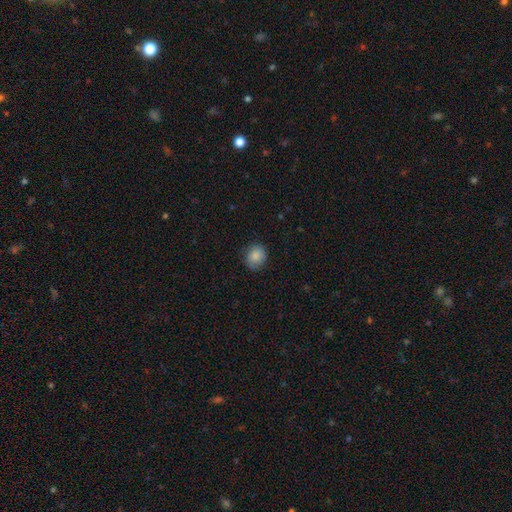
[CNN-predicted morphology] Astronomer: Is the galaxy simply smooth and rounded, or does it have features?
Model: smooth — 87%.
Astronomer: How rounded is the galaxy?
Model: round — 67%.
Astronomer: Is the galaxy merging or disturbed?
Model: none — 83%.